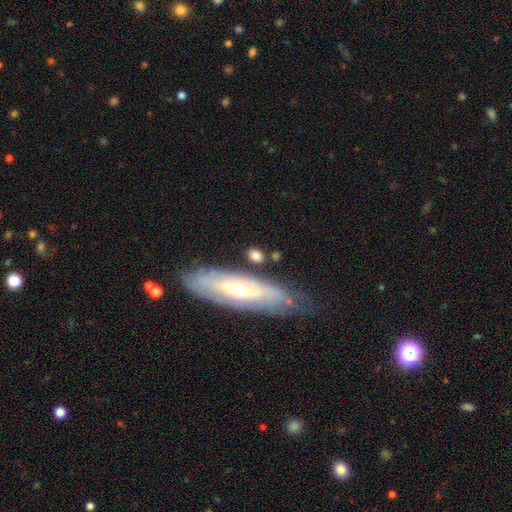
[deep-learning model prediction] Morphology: type=smooth (60%); roundness=in between (46%); merging=none (75%).